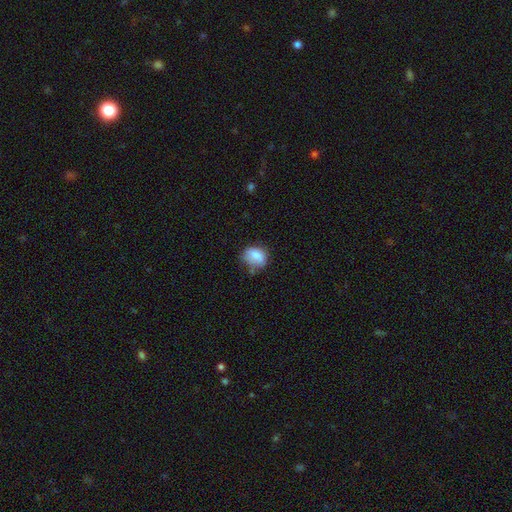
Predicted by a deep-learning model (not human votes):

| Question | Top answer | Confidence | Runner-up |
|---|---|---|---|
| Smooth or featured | smooth | 80% | featured or disk (11%) |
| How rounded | in between | 56% | round (43%) |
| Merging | none | 52% | minor disturbance (32%) |